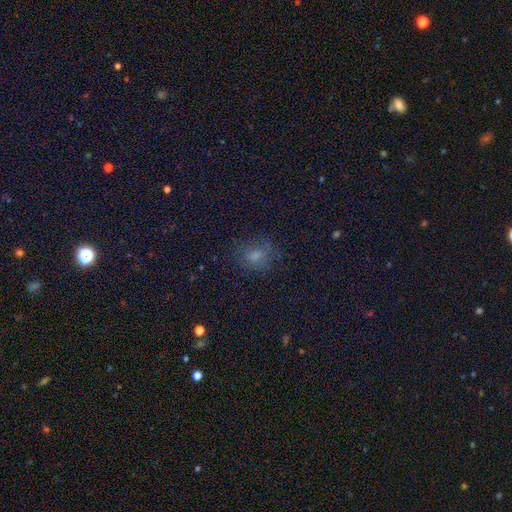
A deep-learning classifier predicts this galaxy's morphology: Smooth or featured? smooth (67%)
How rounded? round (55%)
Merging? none (72%)